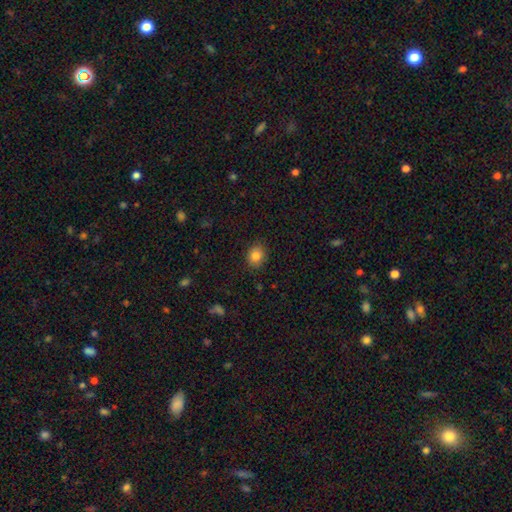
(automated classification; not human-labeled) Smooth or featured? smooth (83%)
How rounded? round (54%)
Merging? none (87%)